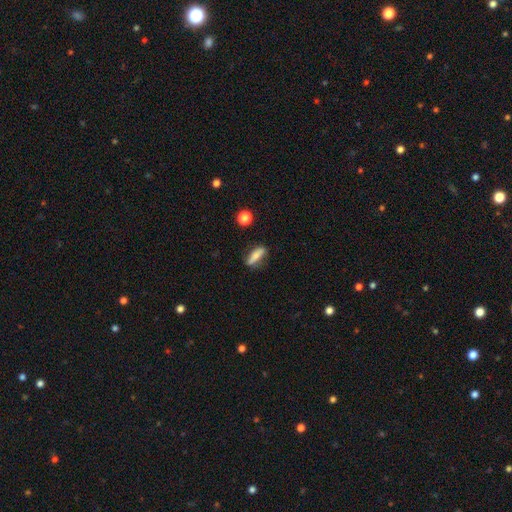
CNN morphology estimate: Q: Smooth or featured?
A: smooth (68%); runner-up: featured or disk (24%)
Q: How rounded?
A: cigar-shaped (54%); runner-up: in between (42%)
Q: Merging?
A: none (76%); runner-up: minor disturbance (17%)